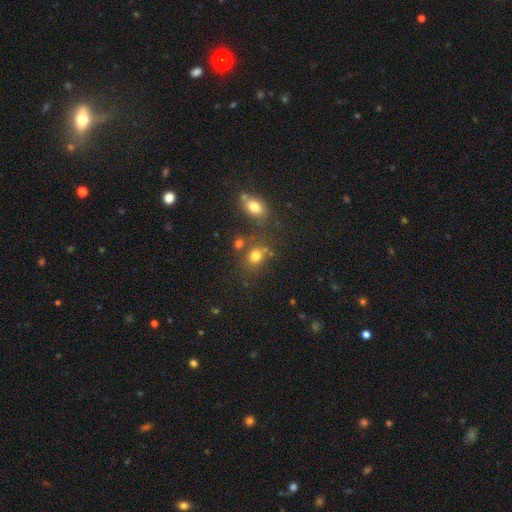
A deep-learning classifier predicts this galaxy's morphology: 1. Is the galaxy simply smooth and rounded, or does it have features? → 75% smooth, 16% star or artifact, 9% featured or disk.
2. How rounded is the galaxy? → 62% round, 37% in between, 1% cigar-shaped.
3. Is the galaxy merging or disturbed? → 61% none, 19% merger, 13% minor disturbance, 6% major disturbance.